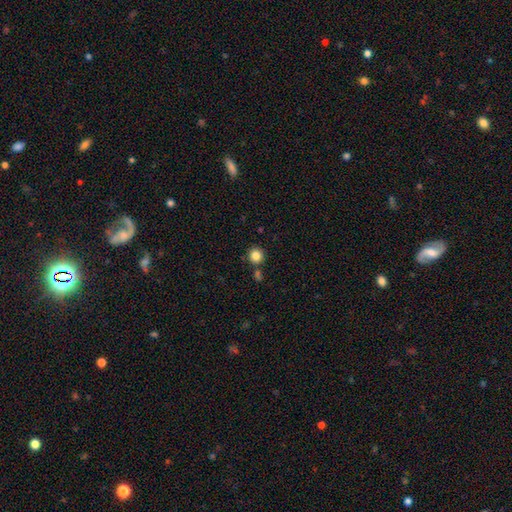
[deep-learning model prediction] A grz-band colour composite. It shows a smooth galaxy with no disk features (84%) that is round (94%). Merging: none (82%).